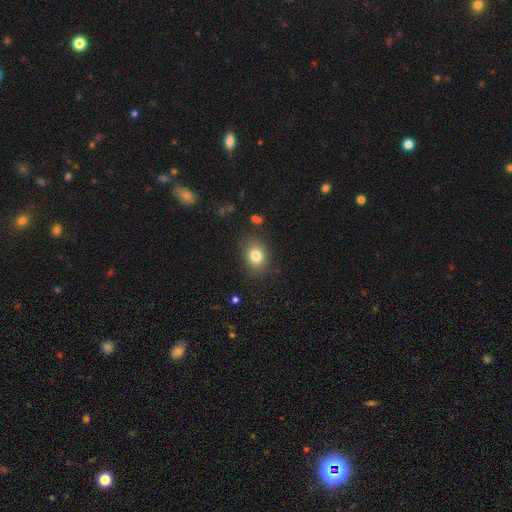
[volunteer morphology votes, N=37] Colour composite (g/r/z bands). It shows a smooth galaxy with no disk features (84%) that is round (61%). Merging: none (94%).